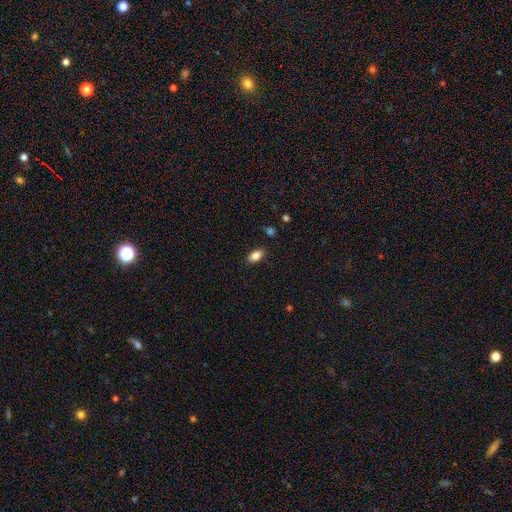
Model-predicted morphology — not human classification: smooth-or-featured: smooth: 85% | star or artifact: 9% | featured or disk: 6%
  how-rounded: in between: 91% | round: 6% | cigar-shaped: 3%
  merging: none: 85% | minor disturbance: 10% | major disturbance: 3% | merger: 2%